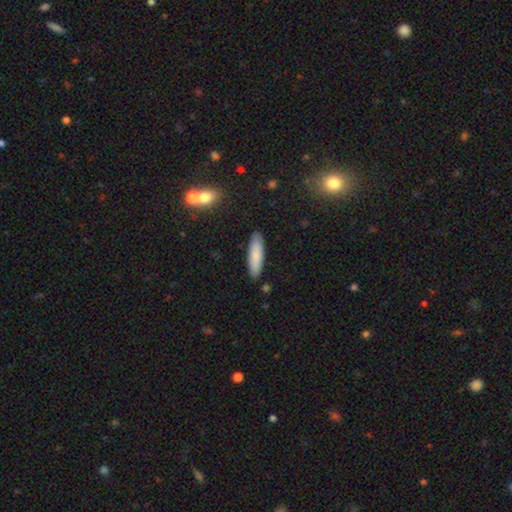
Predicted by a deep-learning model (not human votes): Overall: smooth (85%). How rounded: cigar-shaped (67%; in between 32%). Merging: none (89%).